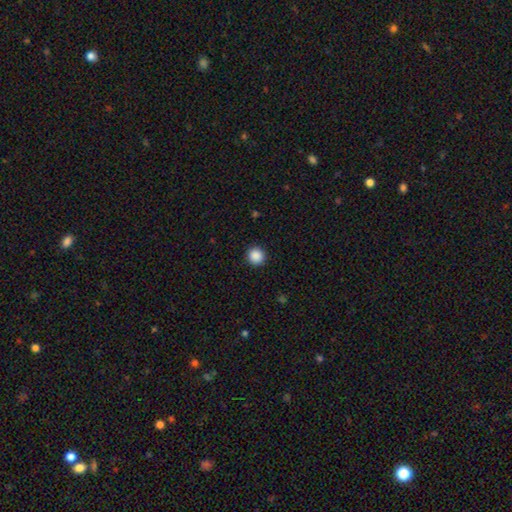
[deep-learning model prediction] This appears to be a smooth galaxy with no disk features (88%) that is round (94%). Merging: none (92%).